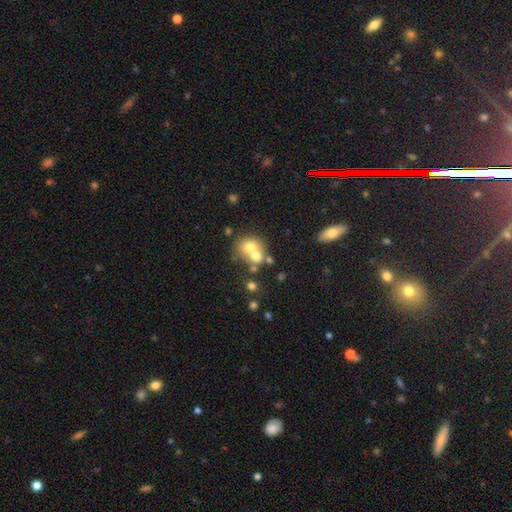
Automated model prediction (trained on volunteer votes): A smooth galaxy with no disk features (64%) that is round (66%).

Vote fractions:
- Smooth or featured? smooth: 64% / featured or disk: 25% / star or artifact: 11%
- How rounded? round: 66% / in between: 33% / cigar-shaped: 1%
- Merging? merger: 61% / none: 28% / minor disturbance: 7% / major disturbance: 4%